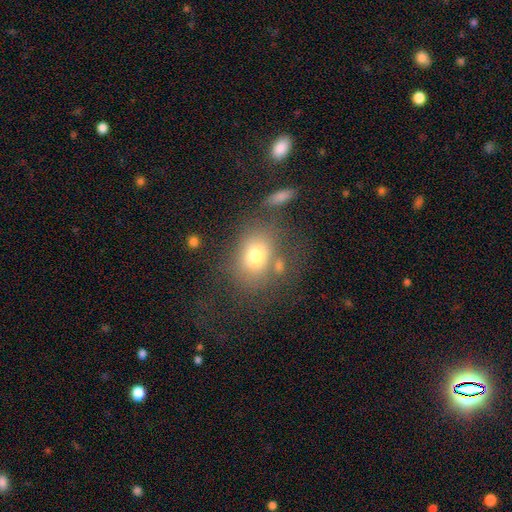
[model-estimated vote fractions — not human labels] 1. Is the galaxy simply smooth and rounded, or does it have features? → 70% smooth, 17% featured or disk, 12% star or artifact.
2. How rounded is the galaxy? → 52% in between, 47% round, 1% cigar-shaped.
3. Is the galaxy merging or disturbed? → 57% none, 17% minor disturbance, 13% merger, 13% major disturbance.